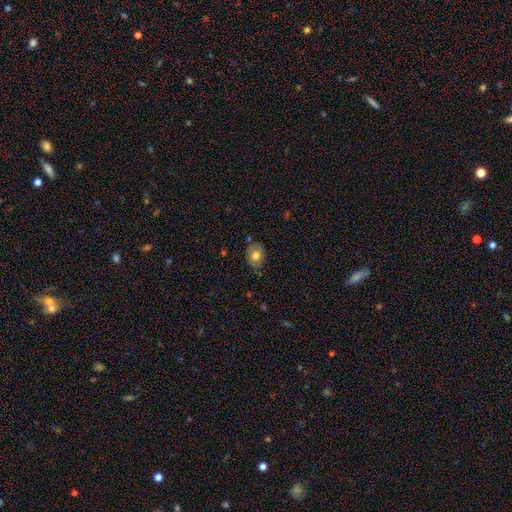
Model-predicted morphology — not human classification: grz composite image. It shows a smooth galaxy with no disk features (71%) that is in between round and cigar-shaped (61%). Merging: none (72%).